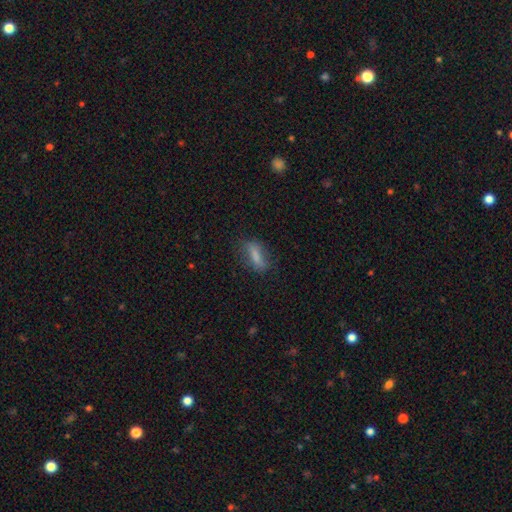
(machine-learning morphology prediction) smooth 74%, featured or disk 18%, star or artifact 9%. Down the decision tree: how rounded — in between (59%); merging — none (71%).